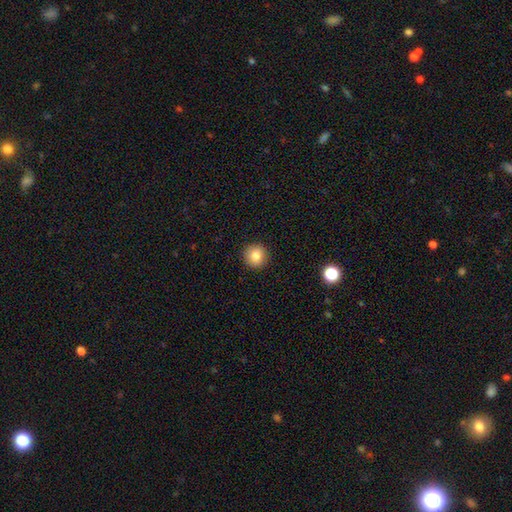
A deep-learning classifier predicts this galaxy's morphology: This is clearly a smooth galaxy (83%). How rounded: clearly round (94%). Merging: clearly none (92%).